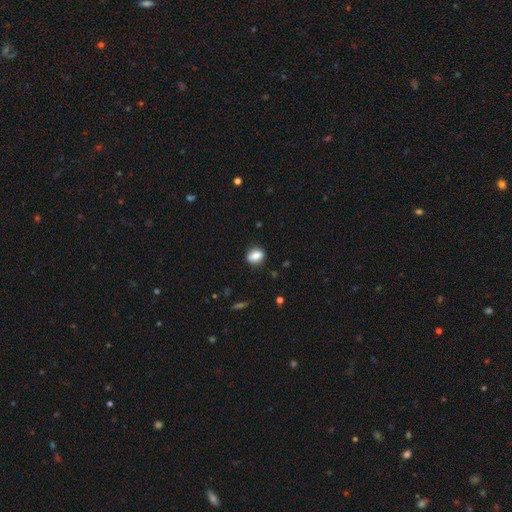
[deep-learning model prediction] smooth_or_featured: smooth (p=0.77) [alt: featured or disk p=0.15]
how_rounded: in between (p=0.64) [alt: round p=0.31]
merging: none (p=0.82) [alt: minor disturbance p=0.13]